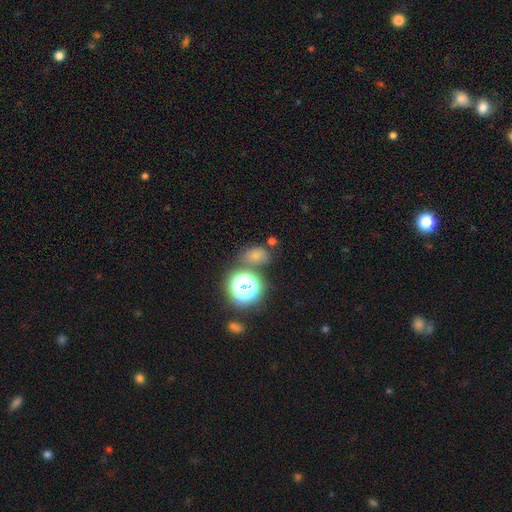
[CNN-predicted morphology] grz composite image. It shows a smooth galaxy with no disk features (64%) that is in between round and cigar-shaped (53%). Merging: none (66%).